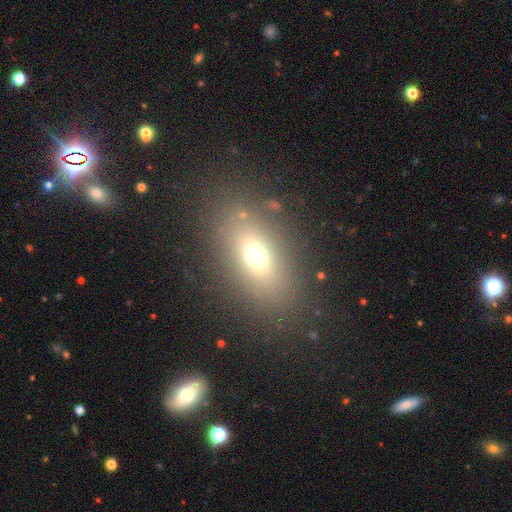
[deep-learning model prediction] Smooth or featured: smooth — 66% (star or artifact — 18%)
How rounded: in between — 75% (round — 19%)
Merging: none — 82% (minor disturbance — 9%)